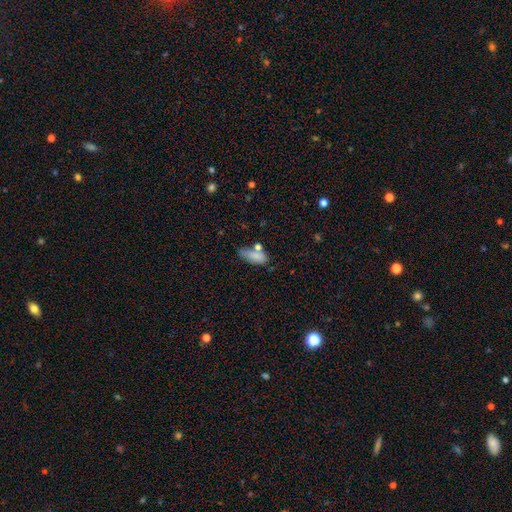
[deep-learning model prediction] This is clearly a smooth galaxy (80%). How rounded: clearly in between (81%). Merging: possibly none (49%).